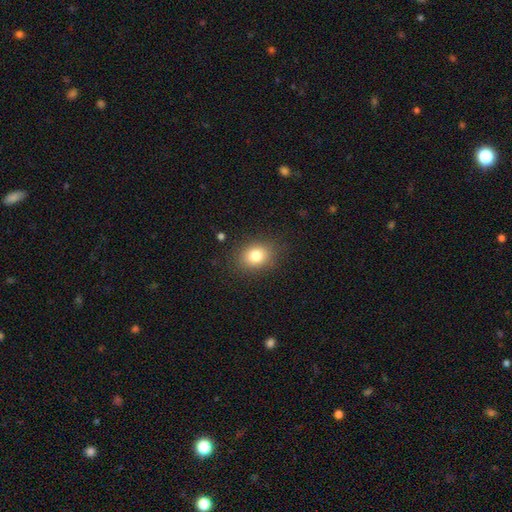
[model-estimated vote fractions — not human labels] smooth-or-featured: smooth: 80% | star or artifact: 11% | featured or disk: 9%
  how-rounded: round: 50% | in between: 49% | cigar-shaped: 1%
  merging: none: 86% | minor disturbance: 9% | major disturbance: 3% | merger: 1%